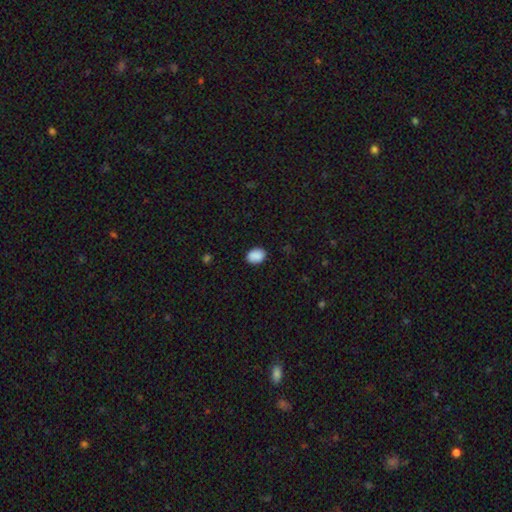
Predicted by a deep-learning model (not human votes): This is clearly a smooth galaxy (89%). How rounded: likely in between (70%). Merging: clearly none (87%).